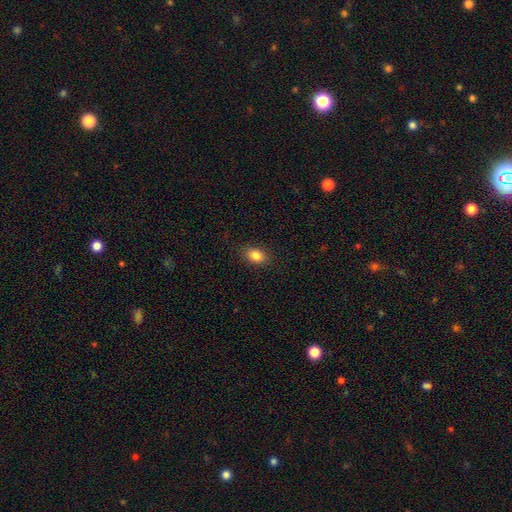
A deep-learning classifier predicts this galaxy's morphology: The model was most divided on "how rounded": in between: 79%, round: 19%, cigar-shaped: 2%. More confident: merging — none (87%); smooth or featured — smooth (85%).